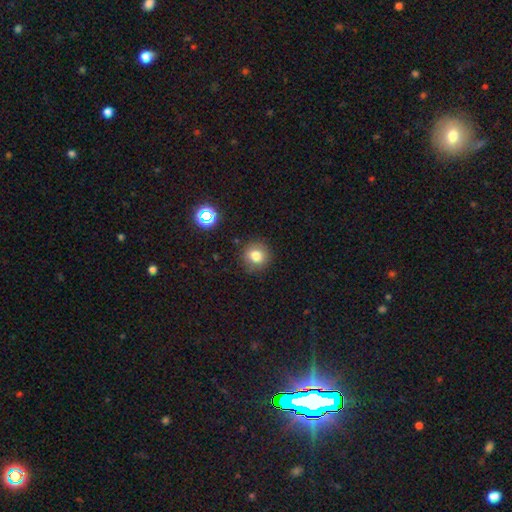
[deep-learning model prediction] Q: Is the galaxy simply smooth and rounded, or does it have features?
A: smooth — 78%.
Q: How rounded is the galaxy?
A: round — 88%.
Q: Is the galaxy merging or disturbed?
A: none — 85%.